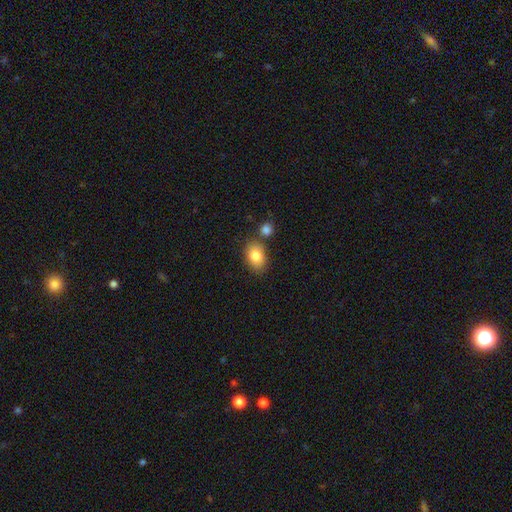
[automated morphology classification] smooth_or_featured: smooth (p=0.83) [alt: featured or disk p=0.09]
how_rounded: in between (p=0.81) [alt: round p=0.18]
merging: none (p=0.70) [alt: merger p=0.14]